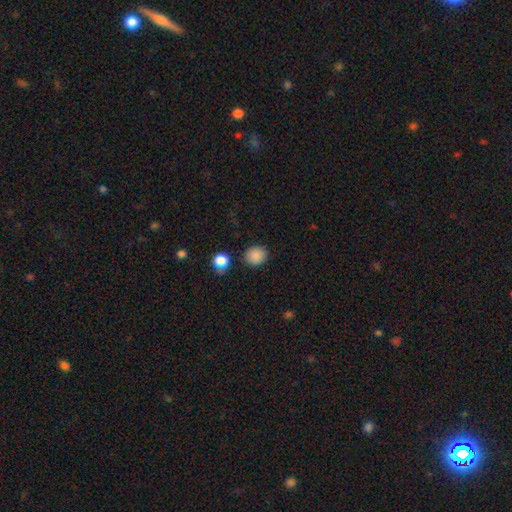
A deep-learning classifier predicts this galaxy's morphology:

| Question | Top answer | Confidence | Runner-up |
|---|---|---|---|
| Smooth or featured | smooth | 86% | star or artifact (10%) |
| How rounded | round | 81% | in between (18%) |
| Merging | none | 84% | minor disturbance (10%) |